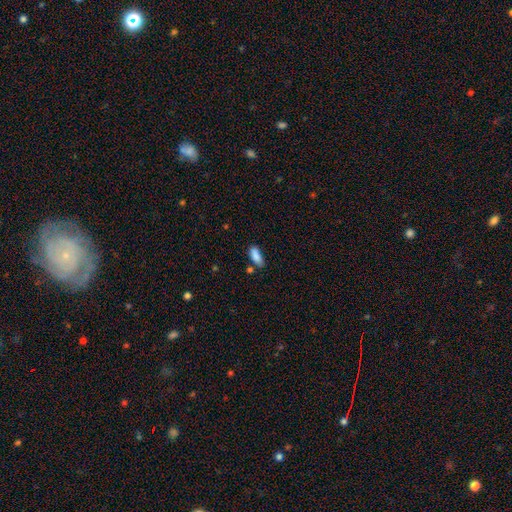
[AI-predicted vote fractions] smooth_or_featured: smooth (p=0.87) [alt: star or artifact p=0.08]
how_rounded: in between (p=0.74) [alt: cigar-shaped p=0.24]
merging: none (p=0.66) [alt: minor disturbance p=0.22]